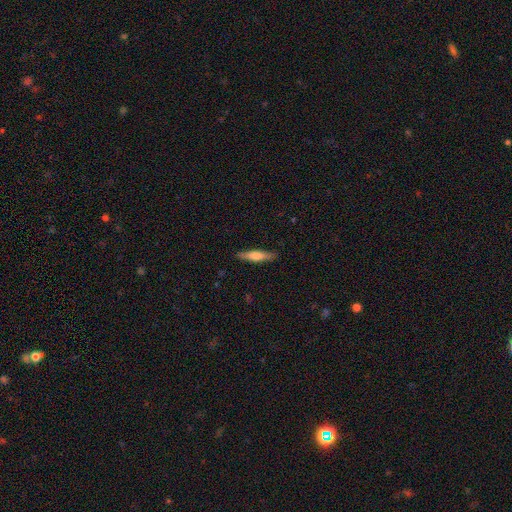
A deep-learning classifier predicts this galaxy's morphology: A smooth galaxy with no disk features (50%) that is cigar-shaped (83%).

Vote fractions:
- Smooth or featured? smooth: 50% / featured or disk: 44% / star or artifact: 6%
- How rounded? cigar-shaped: 83% / in between: 15% / round: 2%
- Merging? none: 89% / minor disturbance: 8% / major disturbance: 2% / merger: 1%